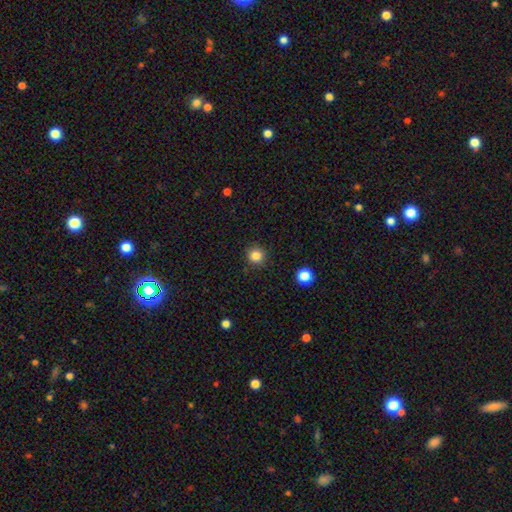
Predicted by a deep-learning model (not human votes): Smooth or featured: smooth — 84% (star or artifact — 12%)
How rounded: round — 94% (in between — 5%)
Merging: none — 91% (minor disturbance — 6%)